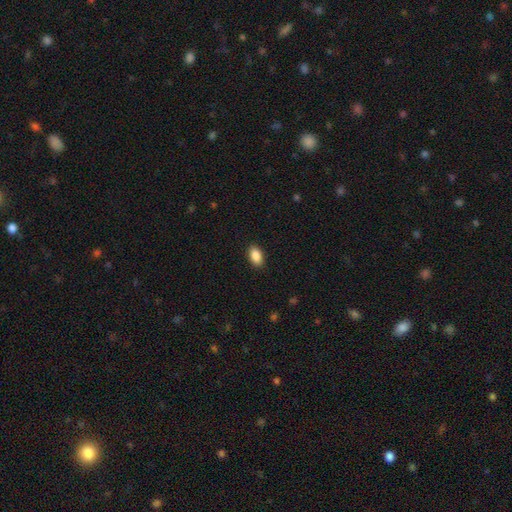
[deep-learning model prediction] Smooth or featured? smooth (88%)
How rounded? in between (92%)
Merging? none (90%)